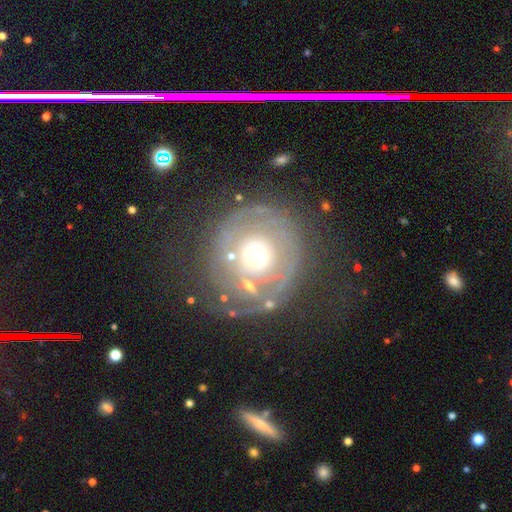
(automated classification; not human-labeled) Smooth or featured? featured or disk (66%)
Edge-on disk? no (96%)
Bar? no (86%)
Spiral arms? yes (53%)
Bulge size? moderate (60%)
Merging? none (65%)